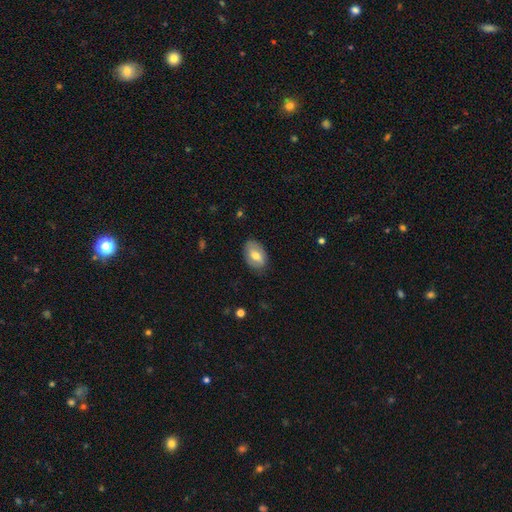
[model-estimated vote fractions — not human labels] Q: Smooth or featured?
A: smooth (59%); runner-up: featured or disk (35%)
Q: How rounded?
A: in between (87%); runner-up: round (12%)
Q: Merging?
A: none (80%); runner-up: minor disturbance (15%)